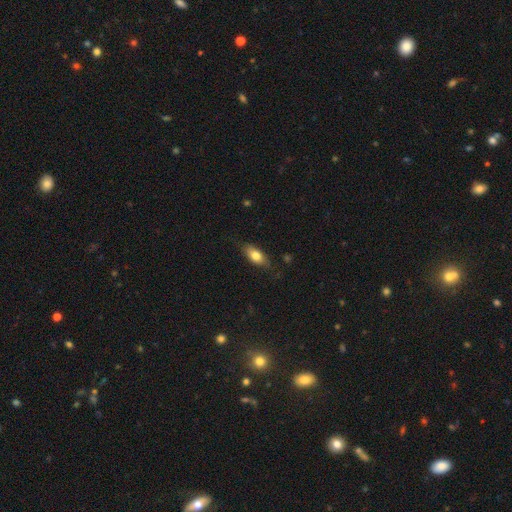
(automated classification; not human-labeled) smooth_or_featured: smooth (p=0.77) [alt: featured or disk p=0.16]
how_rounded: in between (p=0.85) [alt: cigar-shaped p=0.10]
merging: none (p=0.76) [alt: minor disturbance p=0.19]